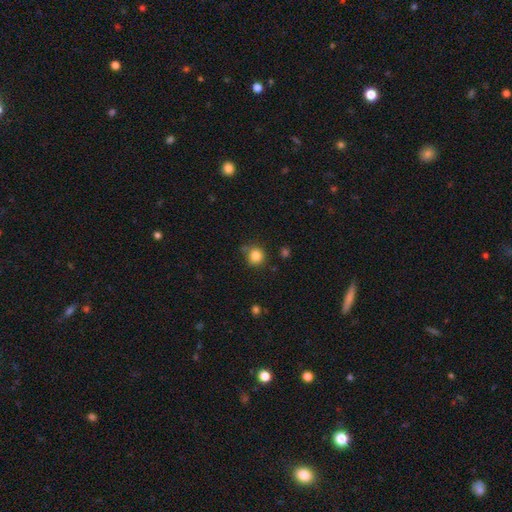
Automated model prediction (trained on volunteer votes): A smooth galaxy with no disk features (83%) that is round (91%).

Vote fractions:
- Smooth or featured? smooth: 83% / star or artifact: 11% / featured or disk: 5%
- How rounded? round: 91% / in between: 8% / cigar-shaped: 1%
- Merging? none: 75% / minor disturbance: 16% / merger: 5% / major disturbance: 4%